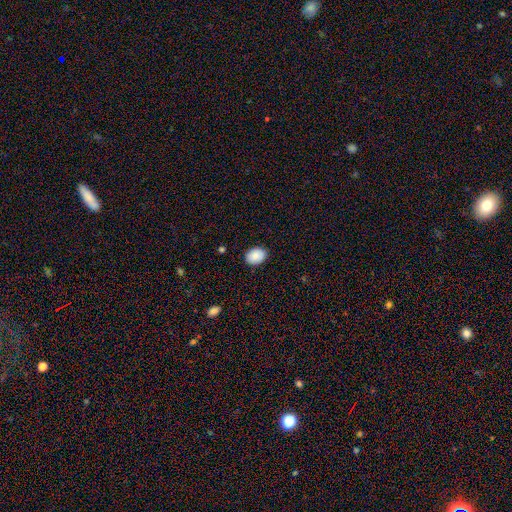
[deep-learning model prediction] This is clearly a smooth galaxy (89%). How rounded: likely in between (63%). Merging: clearly none (88%).